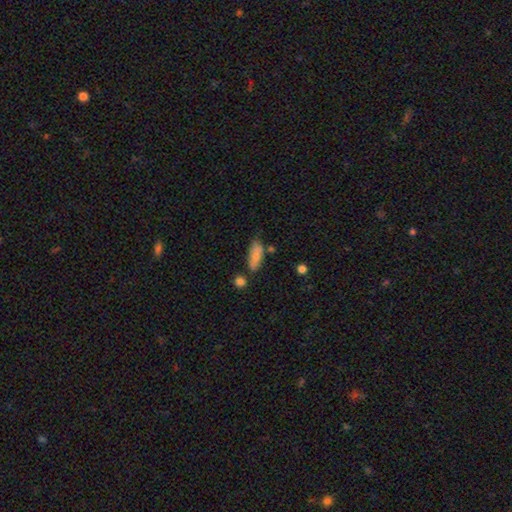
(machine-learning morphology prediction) smooth 81%, featured or disk 12%, star or artifact 7%. Down the decision tree: how rounded — in between (71%); merging — none (64%).